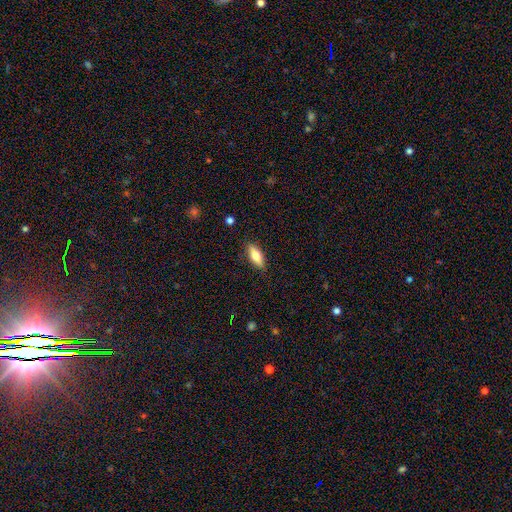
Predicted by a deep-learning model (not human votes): smooth 74%, featured or disk 19%, star or artifact 6%. Down the decision tree: how rounded — in between (68%); merging — none (87%).